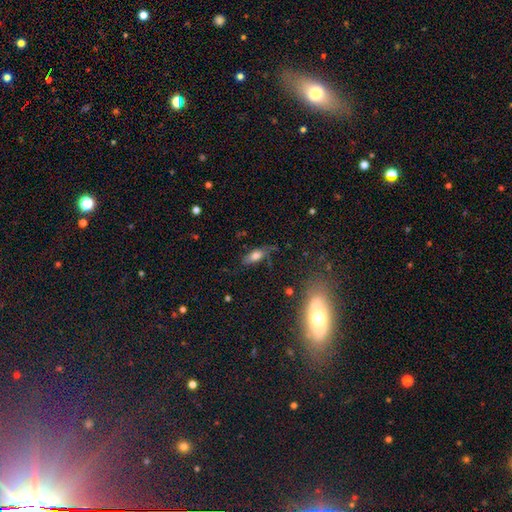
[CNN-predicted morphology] Smooth or featured? Predicted: smooth (p=0.65). How rounded? Predicted: in between (p=0.74). Merging? Predicted: none (p=0.59).